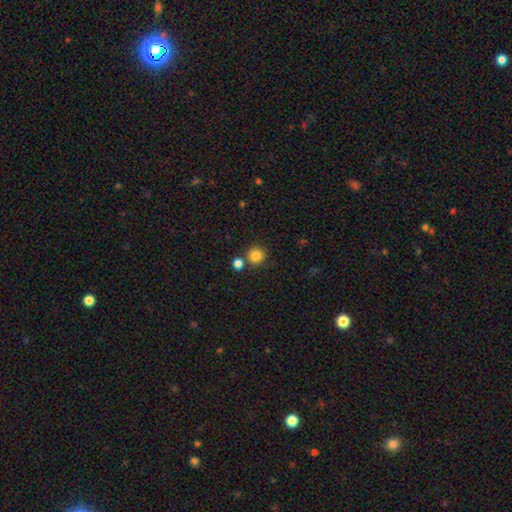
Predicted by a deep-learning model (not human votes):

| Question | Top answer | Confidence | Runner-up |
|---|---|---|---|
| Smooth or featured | smooth | 85% | star or artifact (11%) |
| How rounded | round | 93% | in between (6%) |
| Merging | none | 76% | merger (14%) |